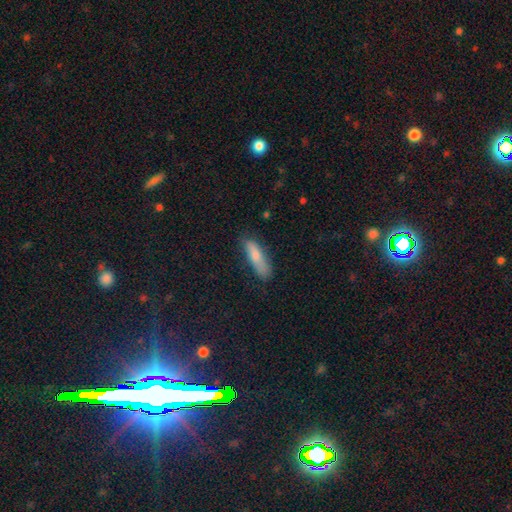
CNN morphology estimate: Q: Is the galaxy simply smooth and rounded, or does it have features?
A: smooth — 78%.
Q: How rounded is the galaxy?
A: cigar-shaped — 62%.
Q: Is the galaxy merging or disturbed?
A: none — 75%.